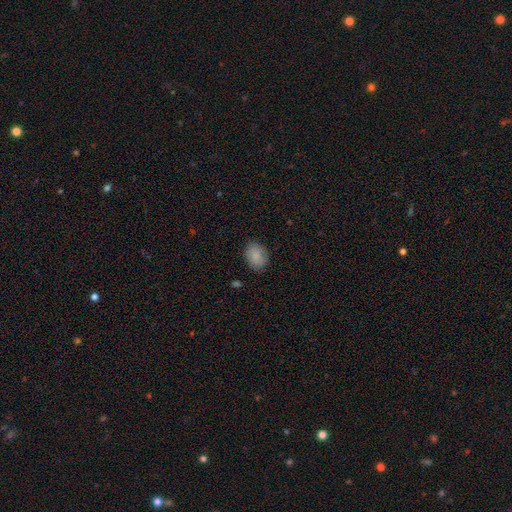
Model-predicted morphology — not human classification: A smooth galaxy with no disk features (88%) that is in between round and cigar-shaped (67%). Merging: none (84%).